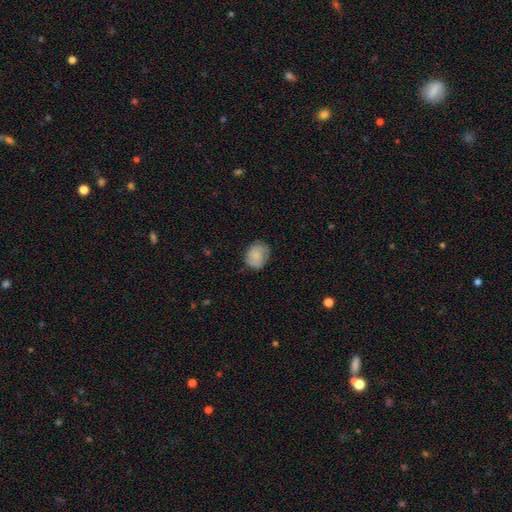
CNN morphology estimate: Smooth or featured: smooth — 75% (featured or disk — 18%)
How rounded: round — 53% (in between — 46%)
Merging: none — 71% (minor disturbance — 22%)